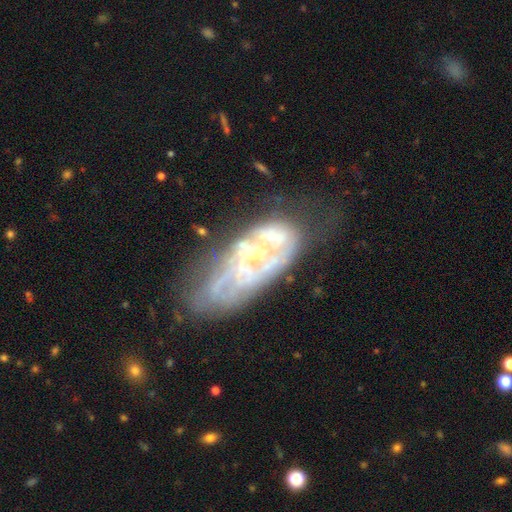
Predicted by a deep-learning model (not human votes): Overall: featured or disk (73%). Edge-on disk: no (92%). Bar: no (77%). Spiral arms: yes (53%; no 47%). Bulge size: small (55%; none 21%). Merging: none (43%; minor disturbance 24%).